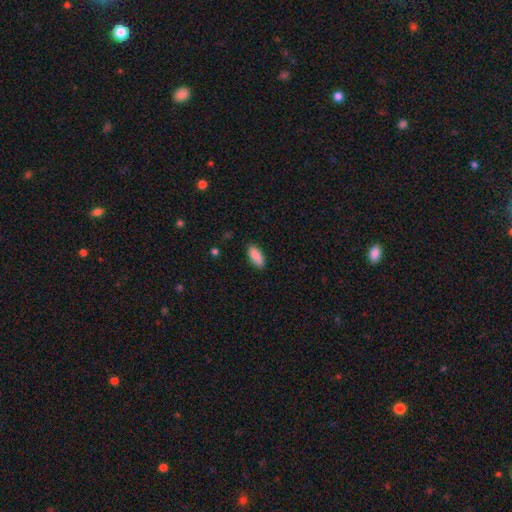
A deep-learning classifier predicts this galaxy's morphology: smooth-or-featured: smooth: 89% | star or artifact: 7% | featured or disk: 4%
  how-rounded: in between: 81% | cigar-shaped: 17% | round: 2%
  merging: none: 85% | minor disturbance: 11% | major disturbance: 2% | merger: 1%